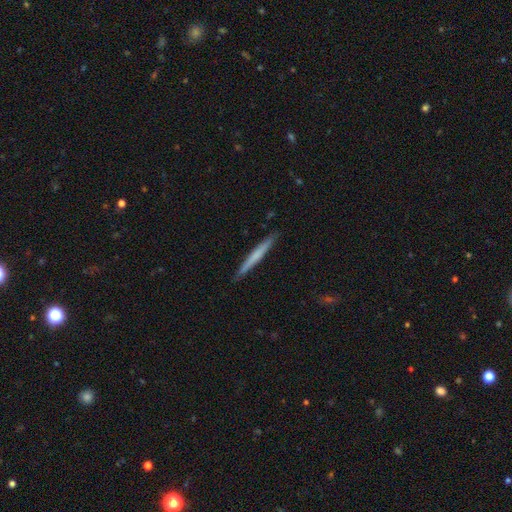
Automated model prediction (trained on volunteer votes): Q: Smooth or featured?
A: smooth (55%); runner-up: featured or disk (39%)
Q: How rounded?
A: cigar-shaped (97%); runner-up: in between (2%)
Q: Merging?
A: none (90%); runner-up: minor disturbance (8%)